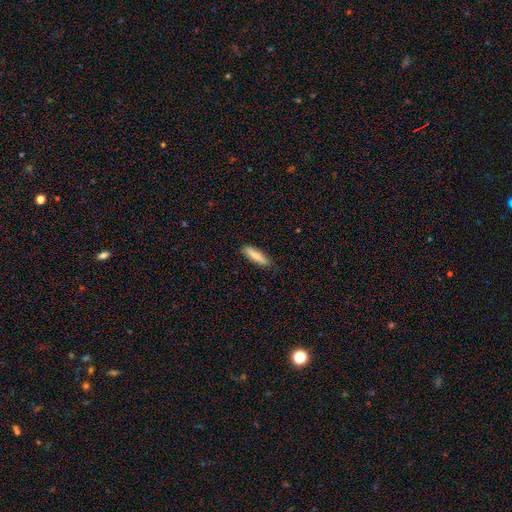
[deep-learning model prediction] This is likely a smooth galaxy (76%). How rounded: likely cigar-shaped (71%). Merging: clearly none (86%).